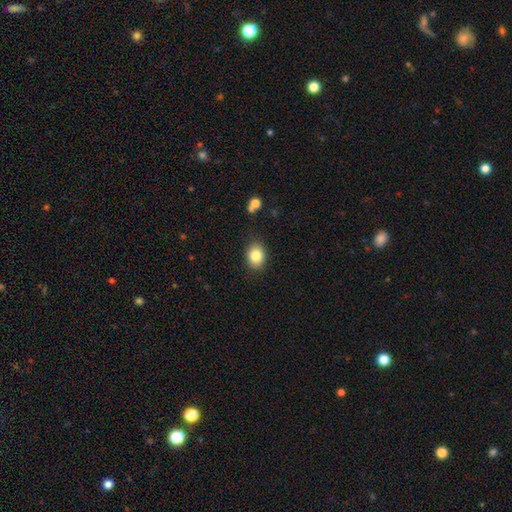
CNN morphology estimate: smooth_or_featured: smooth (p=0.83) [alt: star or artifact p=0.09]
how_rounded: in between (p=0.59) [alt: round p=0.40]
merging: none (p=0.85) [alt: minor disturbance p=0.11]